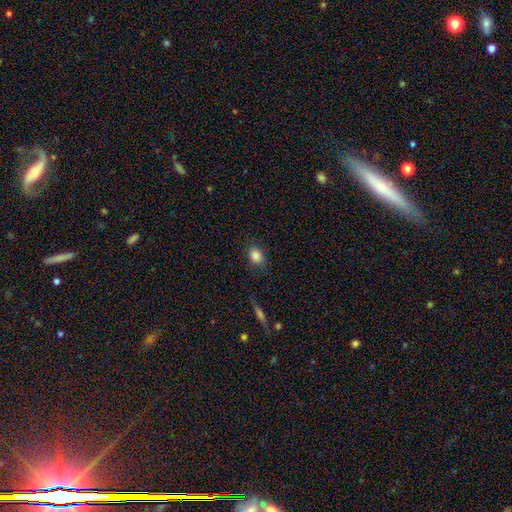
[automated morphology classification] The model was most divided on "how rounded": in between: 53%, round: 46%, cigar-shaped: 2%. More confident: smooth or featured — smooth (85%); merging — none (83%).